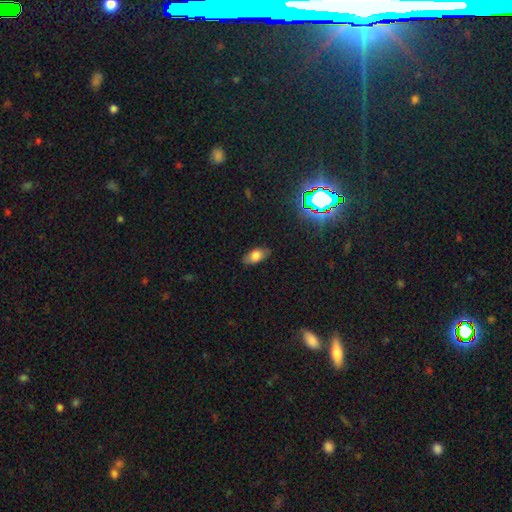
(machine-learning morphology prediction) Smooth or featured: smooth — 73% (featured or disk — 14%)
How rounded: in between — 90% (round — 5%)
Merging: none — 80% (minor disturbance — 15%)